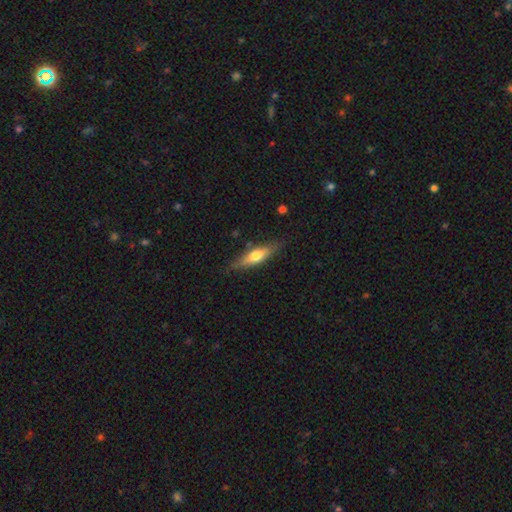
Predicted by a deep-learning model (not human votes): A smooth galaxy with no disk features (54%) that is cigar-shaped (65%). Merging: none (79%).